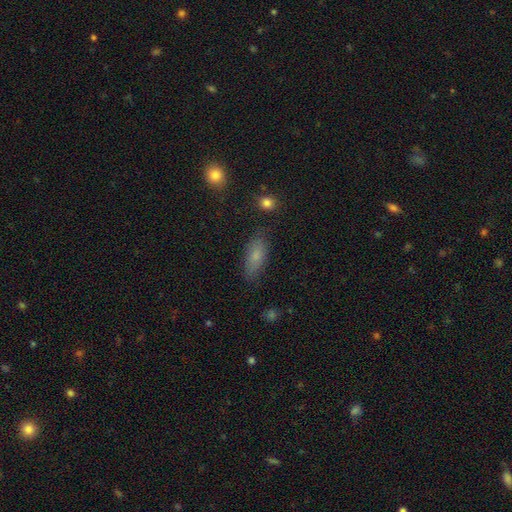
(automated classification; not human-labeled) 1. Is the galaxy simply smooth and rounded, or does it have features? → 78% smooth, 13% featured or disk, 9% star or artifact.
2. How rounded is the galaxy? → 80% in between, 17% cigar-shaped, 3% round.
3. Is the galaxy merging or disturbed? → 80% none, 15% minor disturbance, 4% major disturbance, 2% merger.